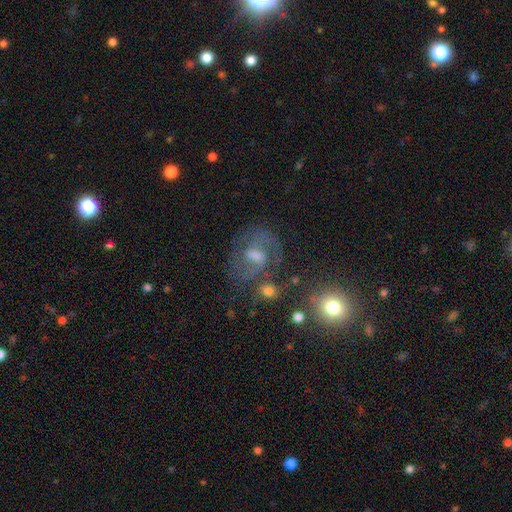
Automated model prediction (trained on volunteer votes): A featured or disk galaxy (67%) with a weak bar (50%), 2 (57%) medium (45%) spiral arms (80%) and a moderate central bulge (49%).

Vote fractions:
- Smooth or featured? featured or disk: 67% / smooth: 17% / star or artifact: 16%
- Edge-on disk? no: 96% / yes: 4%
- Bar? weak: 50% / no: 34% / strong: 15%
- Spiral arms? yes: 80% / no: 20%
- Spiral winding? medium: 45% / tight: 38% / loose: 17%
- Spiral arm count? 2: 57% / can't tell: 27% / 3: 6% / 1: 5% / 4: 3% / more than 4: 3%
- Bulge size? moderate: 49% / small: 36% / none: 7% / large: 5% / dominant: 2%
- Merging? none: 64% / minor disturbance: 17% / major disturbance: 11% / merger: 8%